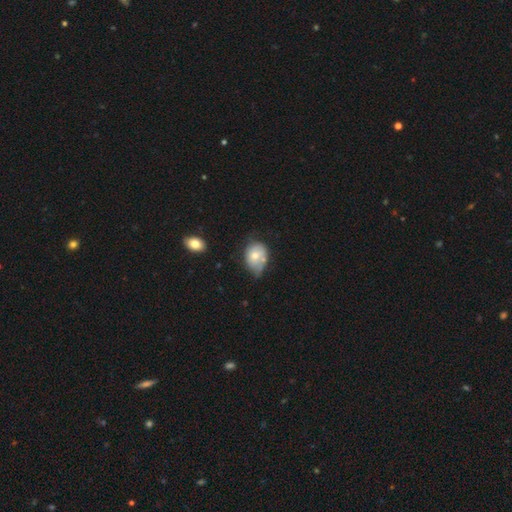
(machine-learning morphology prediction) This is likely a smooth galaxy (65%). How rounded: possibly in between (60%). Merging: marginally minor disturbance (42%).